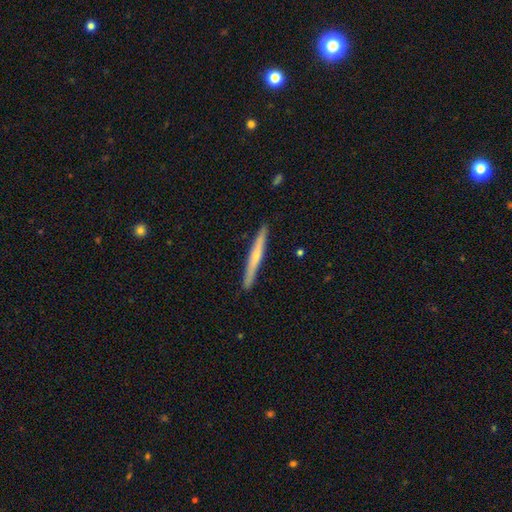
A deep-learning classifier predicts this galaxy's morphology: type=featured or disk (51%); edge-on=yes (96%); merging=none (91%).